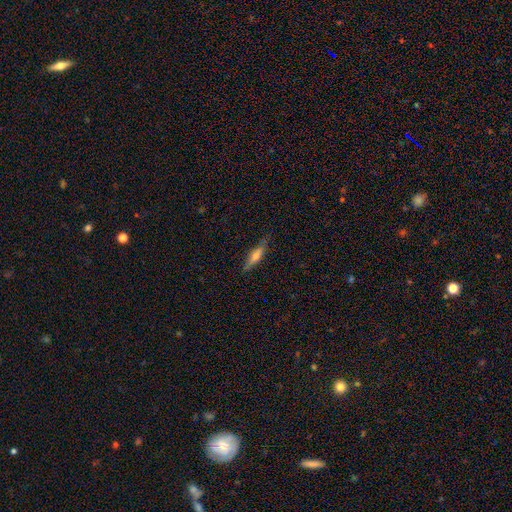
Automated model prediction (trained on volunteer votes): Smooth or featured? Predicted: smooth (p=0.51). How rounded? Predicted: cigar-shaped (p=0.73). Merging? Predicted: none (p=0.78).